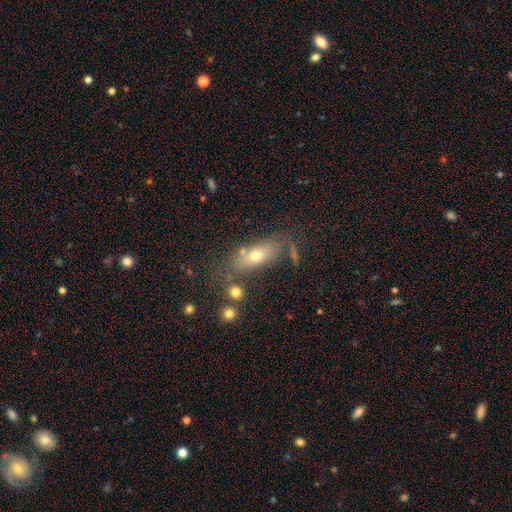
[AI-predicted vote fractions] Smooth or featured? smooth (59%)
How rounded? in between (67%)
Merging? none (66%)